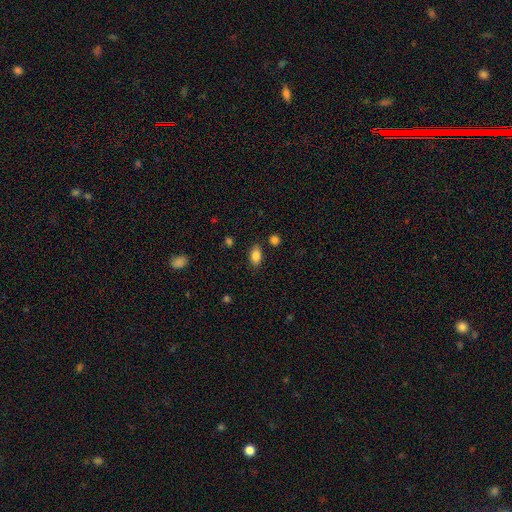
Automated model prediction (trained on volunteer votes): A smooth galaxy with no disk features (86%) that is in between round and cigar-shaped (90%). Merging: none (83%).